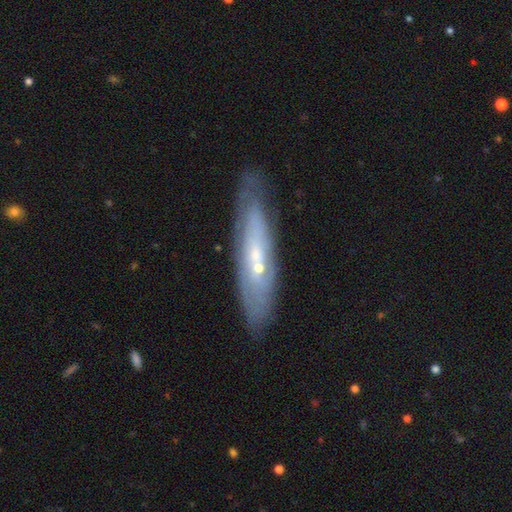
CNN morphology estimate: type=featured or disk (65%); edge-on=no (59%); merging=none (75%).